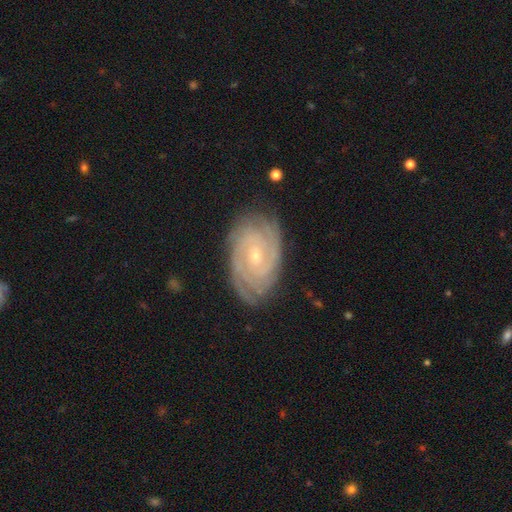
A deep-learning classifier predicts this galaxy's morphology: smooth-or-featured: featured or disk: 88% | smooth: 6% | star or artifact: 6%
  disk-edge-on: no: 96% | yes: 4%
    bar: no: 55% | weak: 36% | strong: 10%
    has-spiral-arms: yes: 98% | no: 2%
      spiral-winding: tight: 81% | medium: 16% | loose: 2%
      spiral-arm-count: can't tell: 24% | 3: 23% | 2: 22% | 4: 18% | more than 4: 8% | 1: 6%
    bulge-size: small: 63% | moderate: 34% | large: 1% | none: 1% | dominant: 1%
  merging: none: 81% | minor disturbance: 14% | major disturbance: 3% | merger: 1%